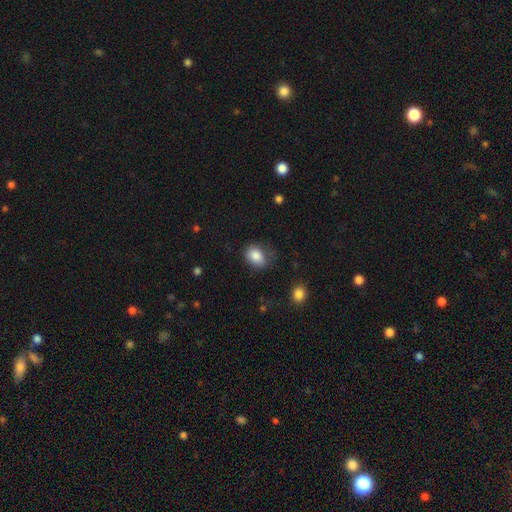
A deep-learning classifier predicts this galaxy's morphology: Smooth or featured: smooth — 85% (star or artifact — 9%)
How rounded: in between — 72% (round — 27%)
Merging: none — 64% (minor disturbance — 26%)